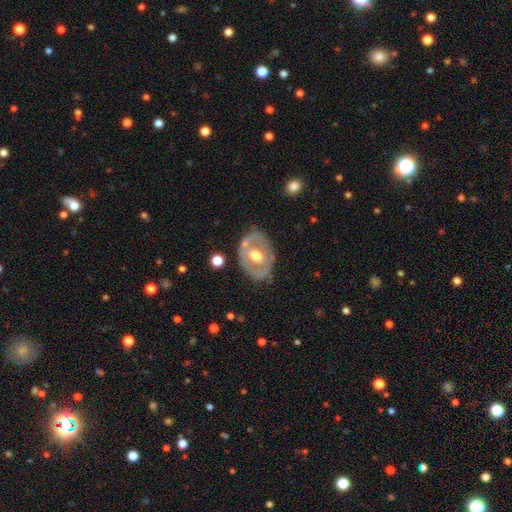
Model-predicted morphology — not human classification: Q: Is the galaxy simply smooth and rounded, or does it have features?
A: featured or disk — 64%.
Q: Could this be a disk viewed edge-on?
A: no — 92%.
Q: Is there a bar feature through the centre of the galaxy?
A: no — 73%.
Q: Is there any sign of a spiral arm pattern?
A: no — 80%.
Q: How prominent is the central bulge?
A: moderate — 74%.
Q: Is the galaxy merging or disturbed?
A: none — 74%.